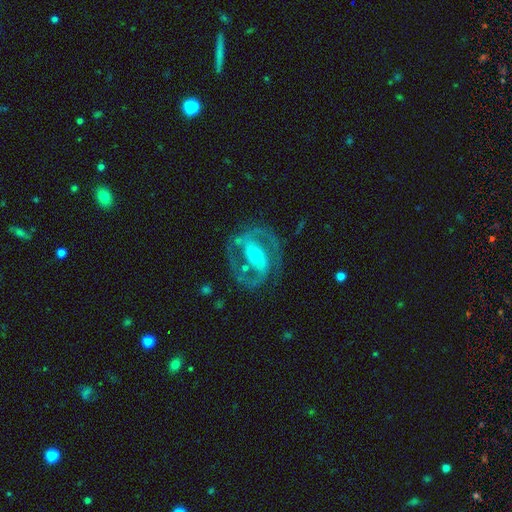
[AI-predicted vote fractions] Morphology: type=featured or disk (86%); edge-on=no (96%); bar=strong (37%); spiral arms=yes (84%); winding=medium (53%); arm count=2 (86%); bulge=moderate (56%); merging=none (71%).